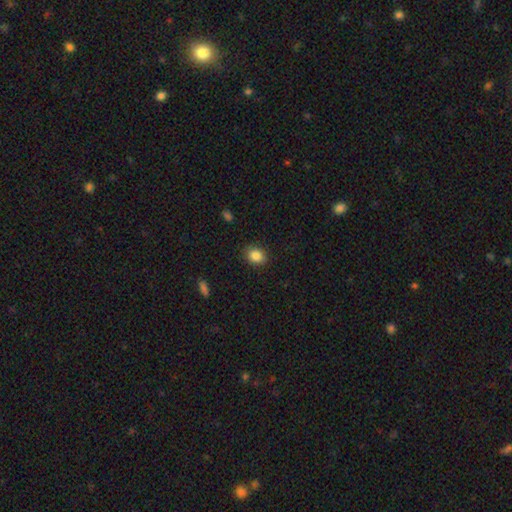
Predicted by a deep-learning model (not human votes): smooth 86%, star or artifact 9%, featured or disk 5%. Down the decision tree: how rounded — in between (53%); merging — none (86%).